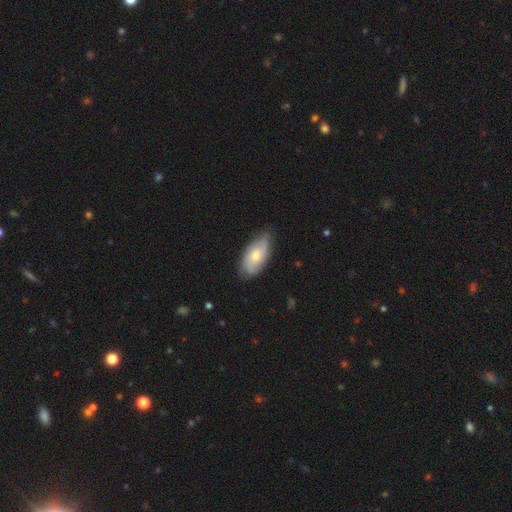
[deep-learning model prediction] This appears to be a smooth galaxy with no disk features (51%) that is in between round and cigar-shaped (91%). Merging: none (70%).